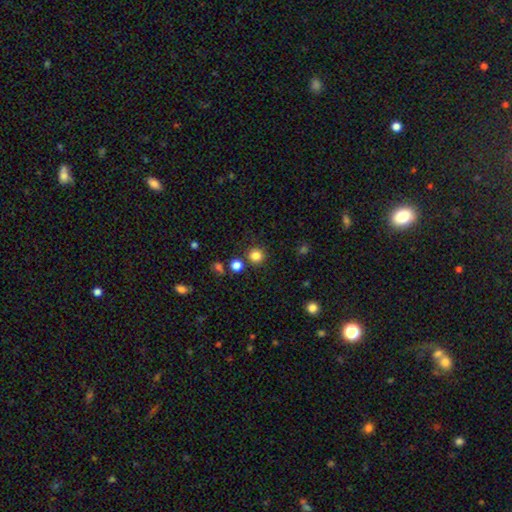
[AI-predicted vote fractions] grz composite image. It shows a smooth galaxy with no disk features (83%) that is round (94%). Merging: none (86%).